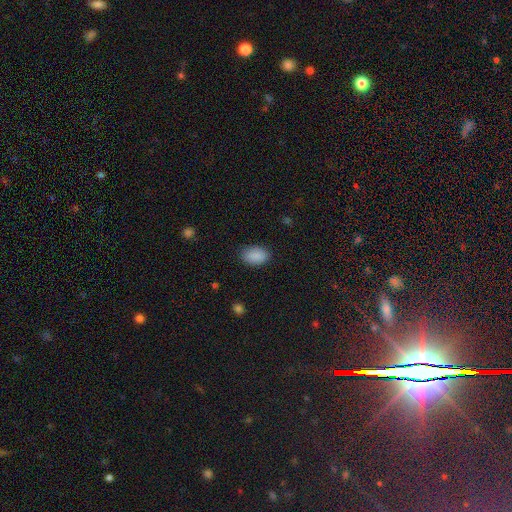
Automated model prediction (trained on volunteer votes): smooth-or-featured: smooth: 89% | star or artifact: 7% | featured or disk: 3%
  how-rounded: in between: 89% | round: 9% | cigar-shaped: 1%
  merging: none: 86% | minor disturbance: 11% | major disturbance: 3% | merger: 1%